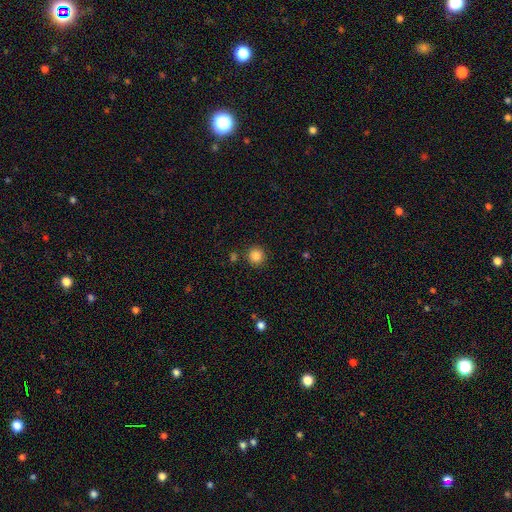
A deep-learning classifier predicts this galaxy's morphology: A smooth galaxy with no disk features (86%) that is round (94%). Merging: none (87%).